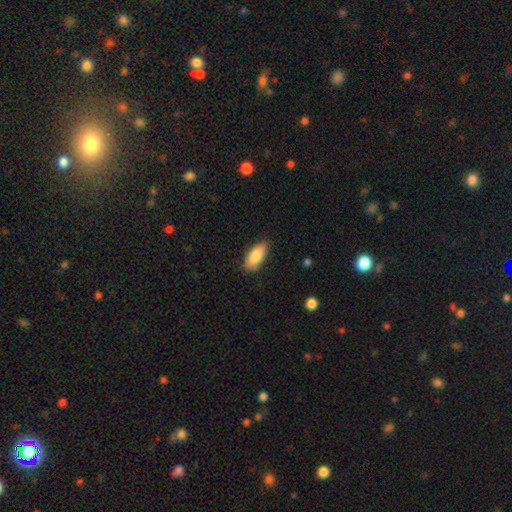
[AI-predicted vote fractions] Smooth or featured: smooth — 85% (featured or disk — 9%)
How rounded: in between — 85% (cigar-shaped — 12%)
Merging: none — 81% (minor disturbance — 15%)